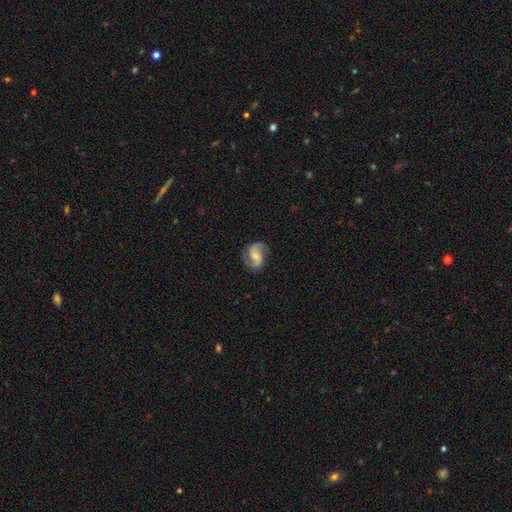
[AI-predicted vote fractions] Morphology: type=featured or disk (82%); edge-on=no (98%); bar=no (45%); spiral arms=yes (97%); winding=medium (50%); arm count=2 (92%); bulge=small (42%); merging=none (78%).